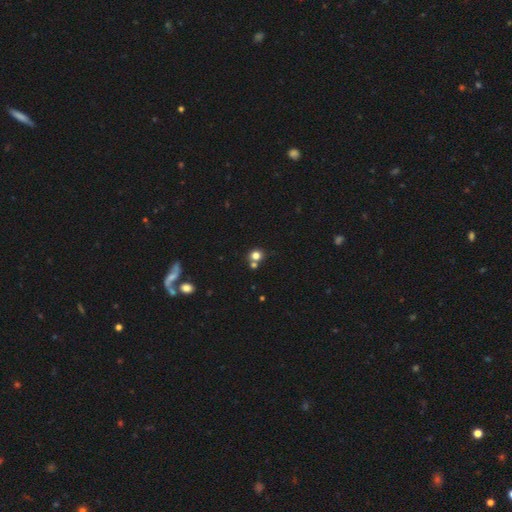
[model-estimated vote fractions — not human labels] This is likely a smooth galaxy (77%). How rounded: clearly round (87%). Merging: likely none (63%).